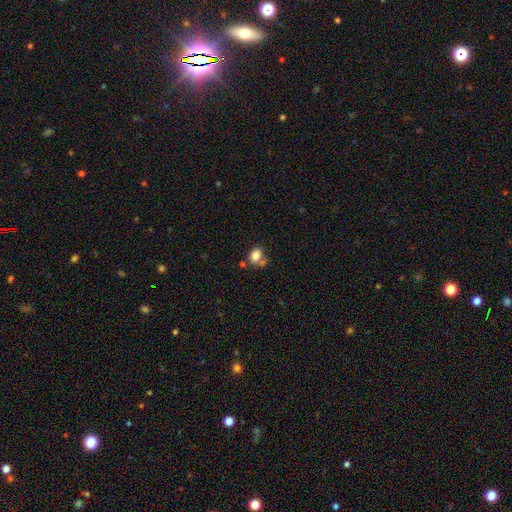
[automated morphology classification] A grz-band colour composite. It shows a smooth galaxy with no disk features (82%) that is in between round and cigar-shaped (50%). Merging: none (55%).